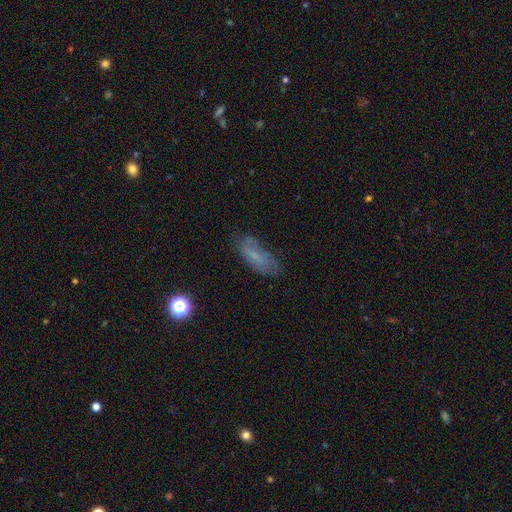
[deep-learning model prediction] Smooth or featured?
  - smooth: 54% *
  - featured or disk: 33%
  - star or artifact: 12%
How rounded?
  - in between: 72% *
  - cigar-shaped: 25%
  - round: 3%
Merging?
  - none: 62% *
  - minor disturbance: 25%
  - major disturbance: 11%
  - merger: 3%